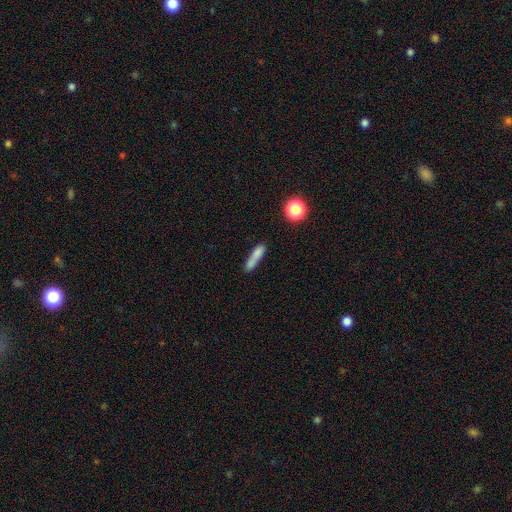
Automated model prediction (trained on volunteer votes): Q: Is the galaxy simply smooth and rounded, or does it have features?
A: smooth — 75%.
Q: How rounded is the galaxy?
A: cigar-shaped — 77%.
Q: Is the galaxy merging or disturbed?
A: none — 52%.